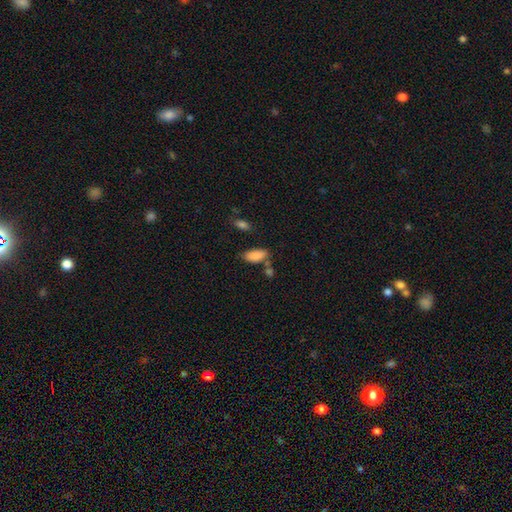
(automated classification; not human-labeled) Morphology: type=smooth (87%); roundness=in between (89%); merging=none (62%).